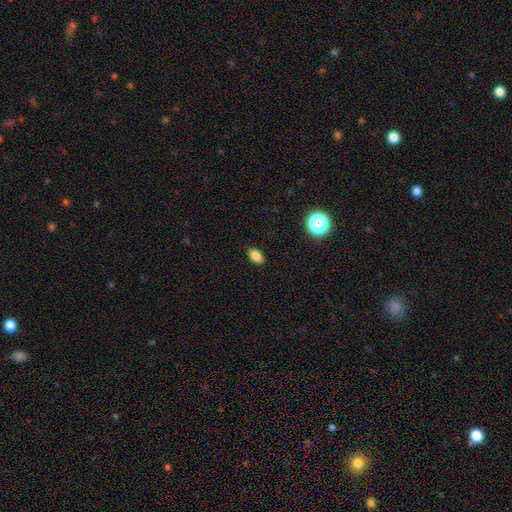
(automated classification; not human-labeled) Smooth or featured?
  - smooth: 84% *
  - star or artifact: 11%
  - featured or disk: 5%
How rounded?
  - in between: 87% *
  - round: 11%
  - cigar-shaped: 2%
Merging?
  - none: 88% *
  - minor disturbance: 9%
  - major disturbance: 2%
  - merger: 1%